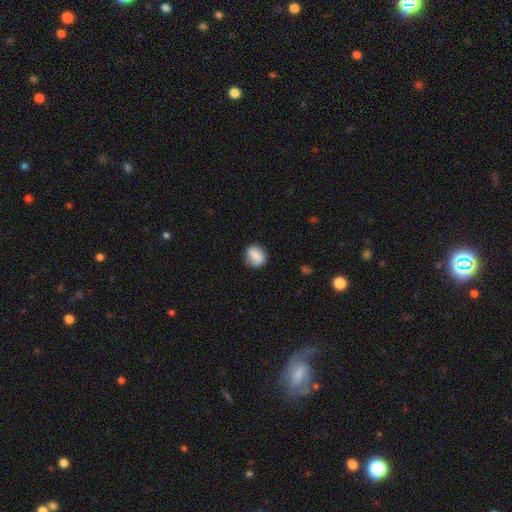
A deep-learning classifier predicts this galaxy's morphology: Smooth or featured? Predicted: smooth (p=0.79). How rounded? Predicted: round (p=0.68). Merging? Predicted: none (p=0.76).